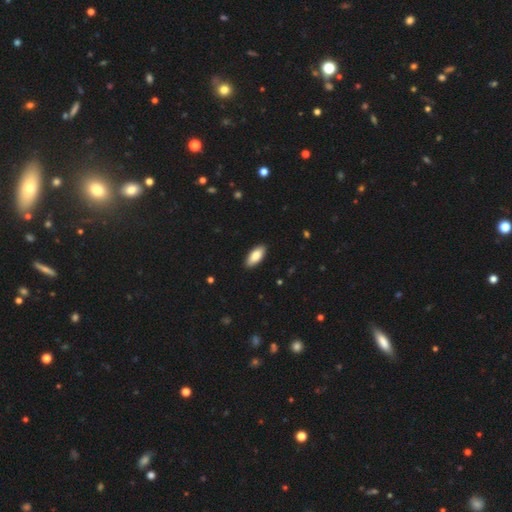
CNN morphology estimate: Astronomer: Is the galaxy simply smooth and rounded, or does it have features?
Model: smooth — 86%.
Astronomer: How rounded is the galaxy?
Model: in between — 86%.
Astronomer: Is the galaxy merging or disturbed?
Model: none — 90%.